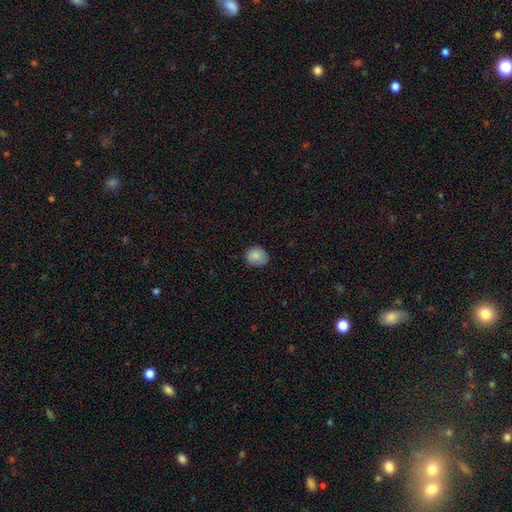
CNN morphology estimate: type=smooth (86%); roundness=round (74%); merging=none (76%).